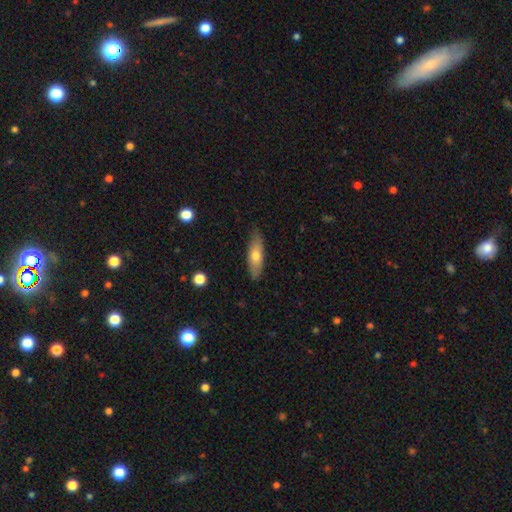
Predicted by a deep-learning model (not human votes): This appears to be a smooth galaxy with no disk features (65%) that is in between round and cigar-shaped (52%). Merging: none (80%).